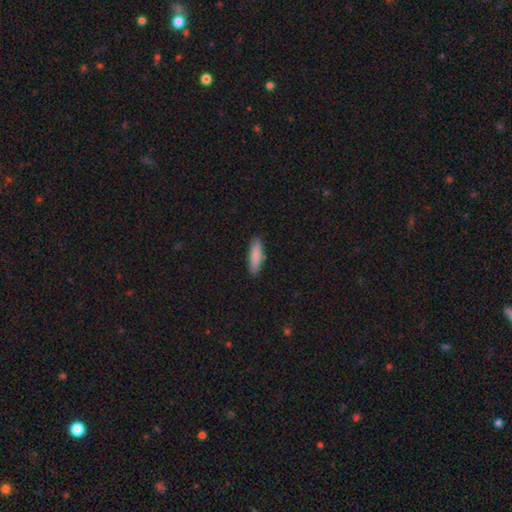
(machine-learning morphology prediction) smooth 87%, featured or disk 7%, star or artifact 6%. Down the decision tree: how rounded — cigar-shaped (61%); merging — none (87%).